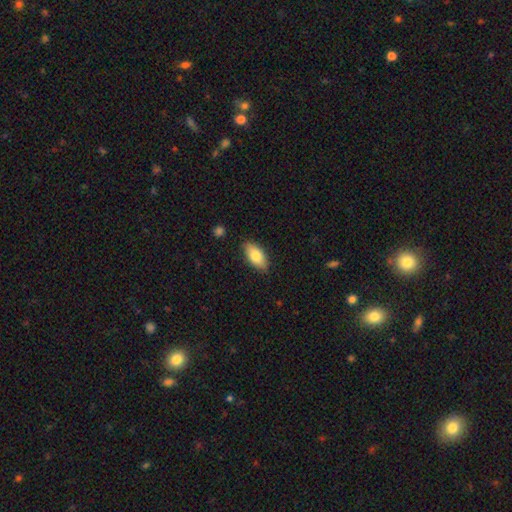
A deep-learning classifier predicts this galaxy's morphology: A smooth galaxy with no disk features (78%) that is in between round and cigar-shaped (89%).

Vote fractions:
- Smooth or featured? smooth: 78% / featured or disk: 15% / star or artifact: 7%
- How rounded? in between: 89% / cigar-shaped: 8% / round: 3%
- Merging? none: 85% / minor disturbance: 11% / major disturbance: 2% / merger: 1%